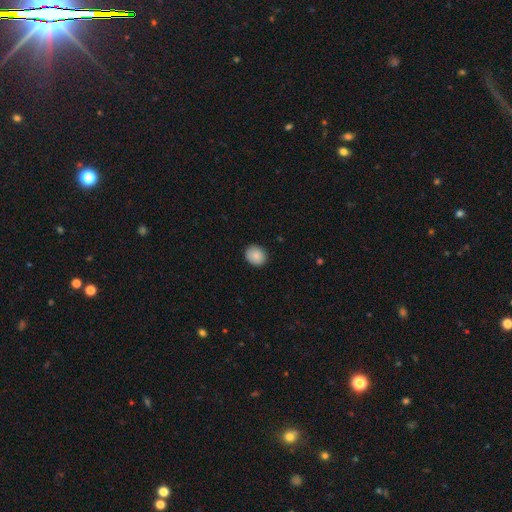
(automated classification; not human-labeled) This appears to be a smooth galaxy with no disk features (87%) that is round (67%). Merging: none (89%).